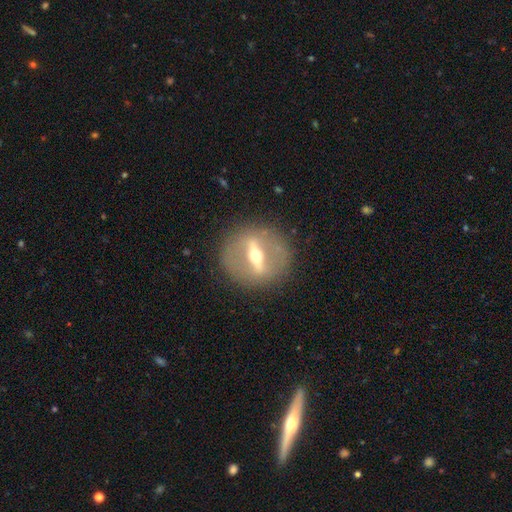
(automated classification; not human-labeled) Morphology: type=featured or disk (79%); edge-on=no (53%); merging=none (86%).